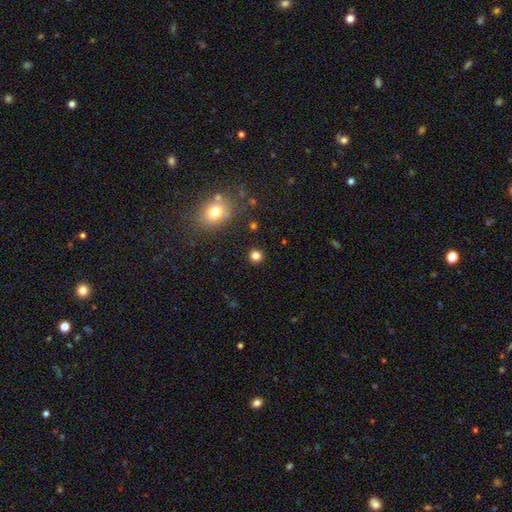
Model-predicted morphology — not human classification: The model was most divided on "smooth or featured": smooth: 81%, star or artifact: 14%, featured or disk: 5%. More confident: how rounded — round (91%); merging — none (90%).